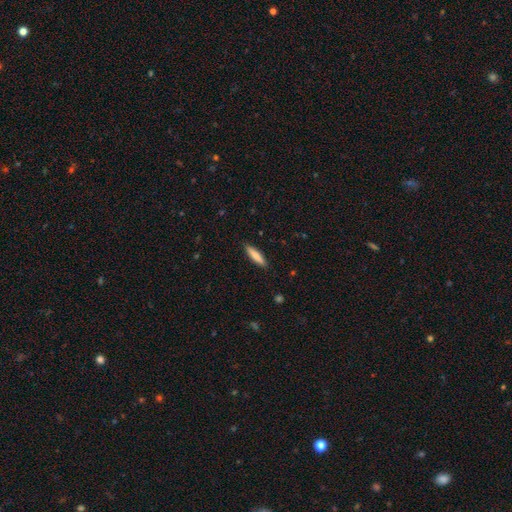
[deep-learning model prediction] Smooth or featured?
  - smooth: 82% *
  - featured or disk: 12%
  - star or artifact: 6%
How rounded?
  - cigar-shaped: 79% *
  - in between: 19%
  - round: 1%
Merging?
  - none: 90% *
  - minor disturbance: 8%
  - major disturbance: 2%
  - merger: 1%